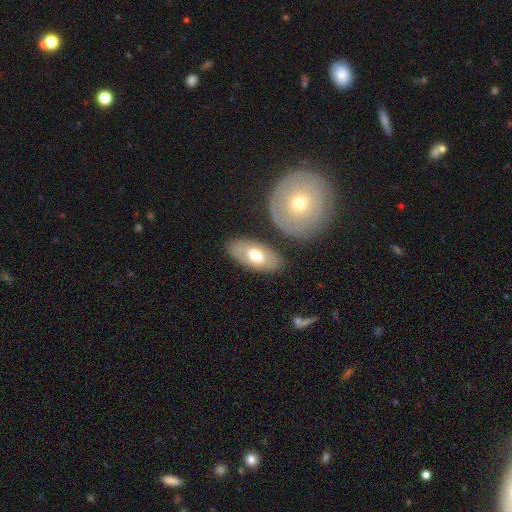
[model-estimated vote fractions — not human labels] This appears to be a smooth galaxy with no disk features (55%) that is in between round and cigar-shaped (92%). Merging: none (79%).